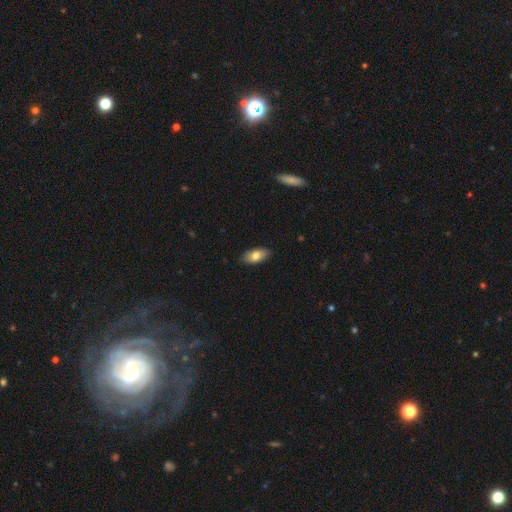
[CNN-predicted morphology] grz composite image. It shows a smooth galaxy with no disk features (78%) that is in between round and cigar-shaped (91%). Merging: none (87%).